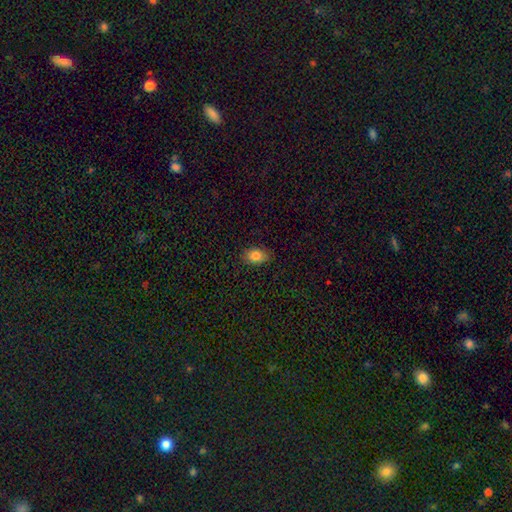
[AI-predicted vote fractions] smooth 83%, star or artifact 9%, featured or disk 8%. Down the decision tree: how rounded — in between (80%); merging — none (86%).